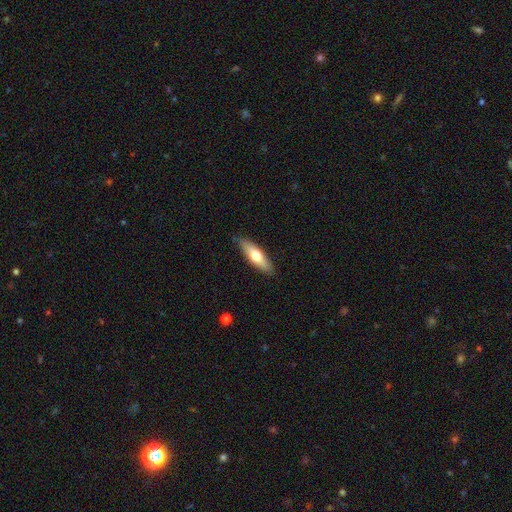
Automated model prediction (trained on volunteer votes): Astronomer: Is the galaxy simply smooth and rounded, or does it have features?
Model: smooth — 64%.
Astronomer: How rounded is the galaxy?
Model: cigar-shaped — 56% (runner-up: in between, 42%).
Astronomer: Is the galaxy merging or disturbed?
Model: none — 86%.